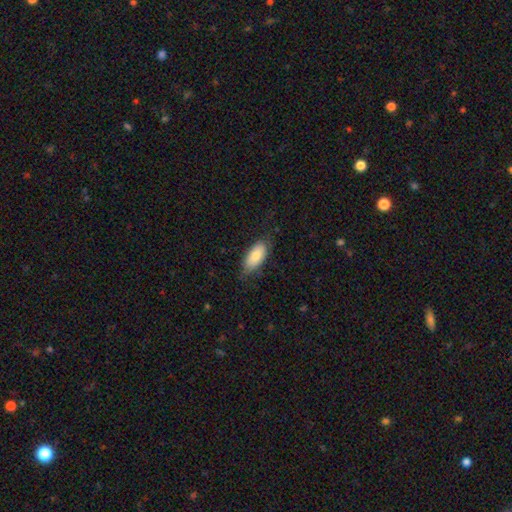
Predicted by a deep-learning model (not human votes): A smooth galaxy with no disk features (80%) that is in between round and cigar-shaped (90%).

Vote fractions:
- Smooth or featured? smooth: 80% / featured or disk: 14% / star or artifact: 6%
- How rounded? in between: 90% / cigar-shaped: 8% / round: 2%
- Merging? none: 73% / minor disturbance: 21% / major disturbance: 5% / merger: 1%